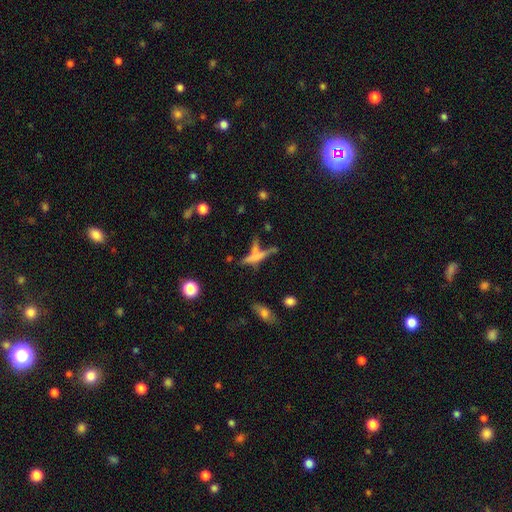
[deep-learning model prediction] Morphology: type=smooth (49%); merging=none (43%).